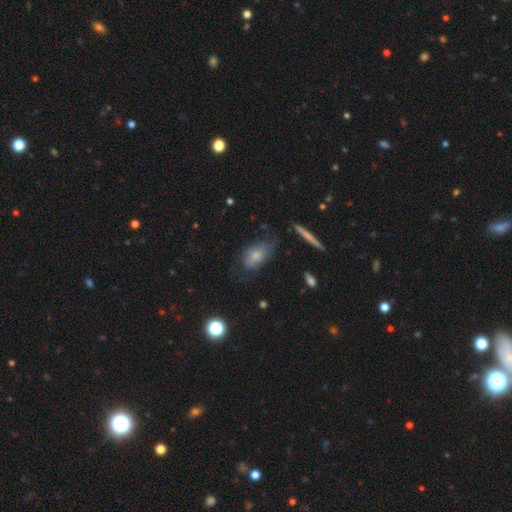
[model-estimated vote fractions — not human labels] This appears to be a smooth galaxy with no disk features (66%) that is in between round and cigar-shaped (86%). Merging: none (47%).